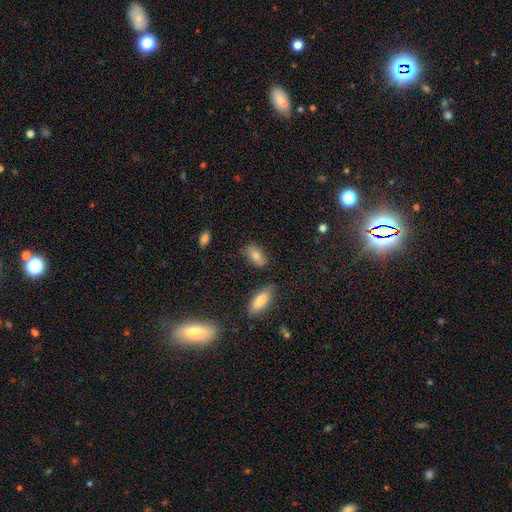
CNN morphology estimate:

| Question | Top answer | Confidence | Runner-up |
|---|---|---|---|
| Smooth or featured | smooth | 78% | featured or disk (13%) |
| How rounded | in between | 90% | round (6%) |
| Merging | none | 78% | minor disturbance (15%) |